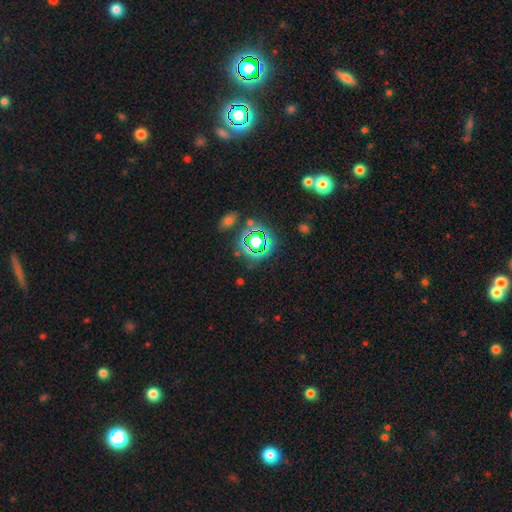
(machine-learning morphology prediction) Q: Smooth or featured?
A: star or artifact (76%); runner-up: smooth (16%)